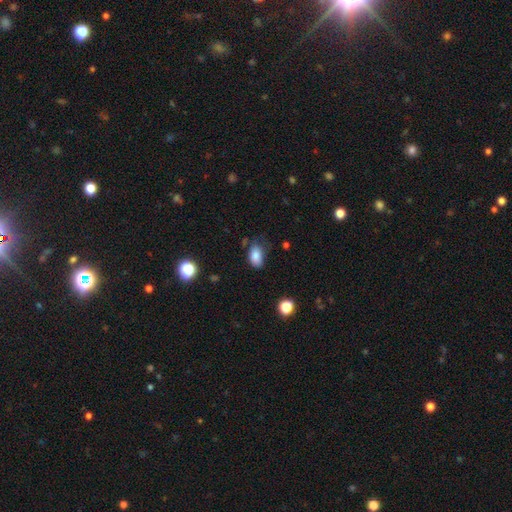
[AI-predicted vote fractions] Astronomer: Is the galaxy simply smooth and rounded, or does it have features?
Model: smooth — 83%.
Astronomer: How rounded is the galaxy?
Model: in between — 90%.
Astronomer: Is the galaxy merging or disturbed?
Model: none — 63%.